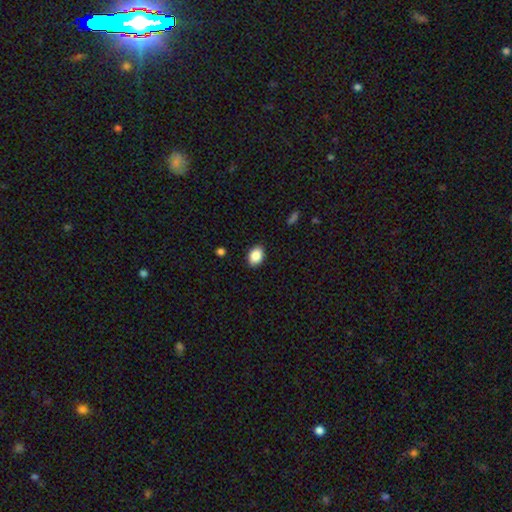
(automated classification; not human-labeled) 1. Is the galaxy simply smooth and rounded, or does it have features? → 88% smooth, 8% star or artifact, 4% featured or disk.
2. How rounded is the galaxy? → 78% in between, 21% round, 1% cigar-shaped.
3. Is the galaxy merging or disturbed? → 88% none, 8% minor disturbance, 2% major disturbance, 1% merger.